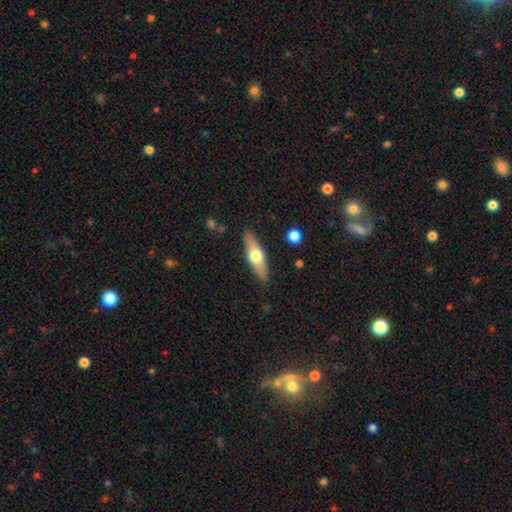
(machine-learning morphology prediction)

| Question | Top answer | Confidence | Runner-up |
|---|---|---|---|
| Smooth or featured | smooth | 51% | featured or disk (43%) |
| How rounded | cigar-shaped | 54% | in between (44%) |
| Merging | none | 88% | minor disturbance (9%) |